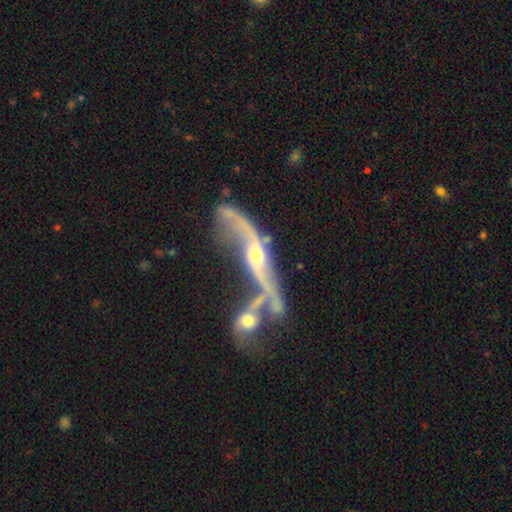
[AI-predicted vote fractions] Morphology: type=featured or disk (85%); edge-on=yes (56%); merging=merger (47%).